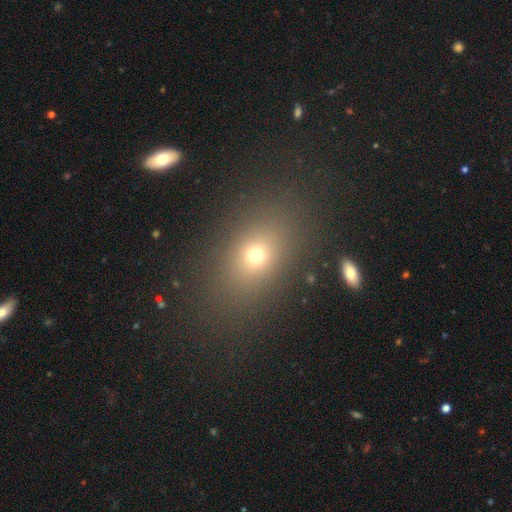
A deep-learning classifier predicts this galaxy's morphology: Q: Smooth or featured?
A: smooth (69%); runner-up: star or artifact (18%)
Q: How rounded?
A: in between (67%); runner-up: round (30%)
Q: Merging?
A: none (83%); runner-up: minor disturbance (9%)